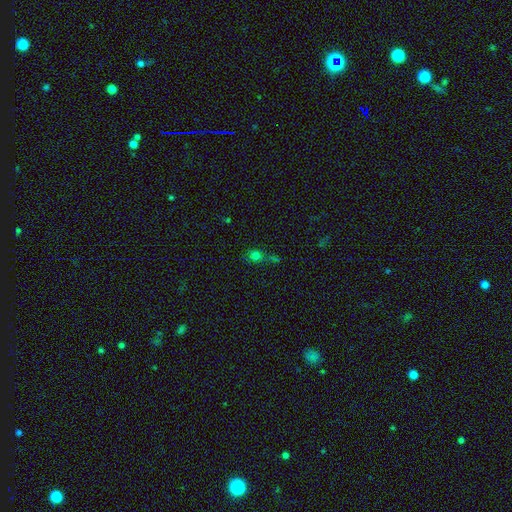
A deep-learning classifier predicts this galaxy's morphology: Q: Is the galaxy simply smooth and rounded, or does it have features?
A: smooth — 63%.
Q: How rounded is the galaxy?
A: round — 77%.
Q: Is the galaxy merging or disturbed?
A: none — 48%.